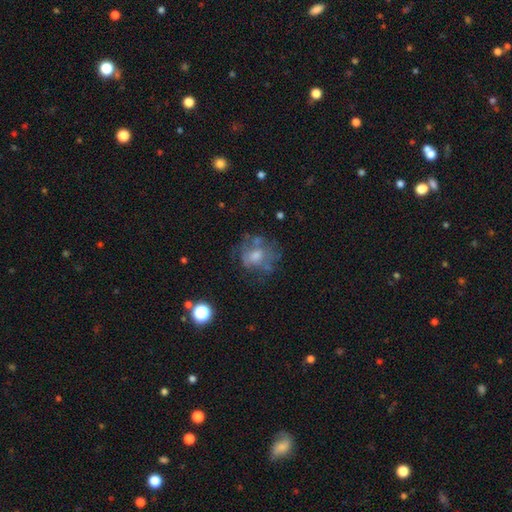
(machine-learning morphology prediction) type=featured or disk (49%); merging=none (55%).